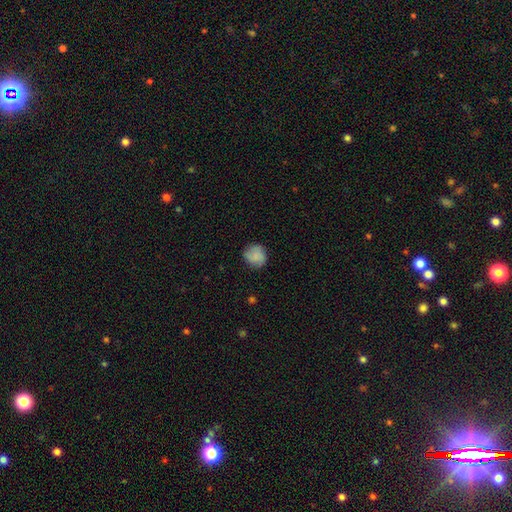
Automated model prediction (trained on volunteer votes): Smooth or featured: smooth — 78% (featured or disk — 14%)
How rounded: round — 86% (in between — 13%)
Merging: none — 80% (minor disturbance — 15%)